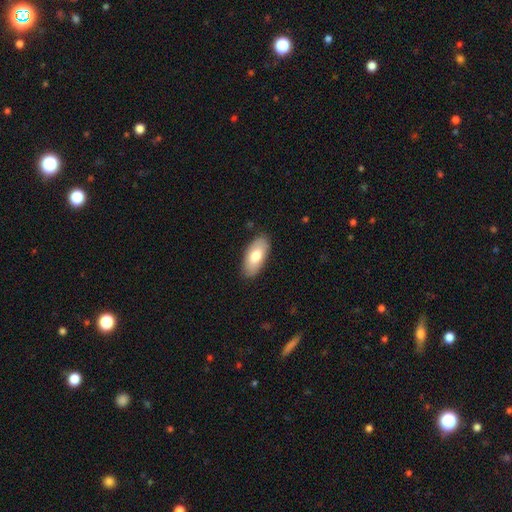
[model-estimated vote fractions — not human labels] Smooth or featured? Predicted: smooth (p=0.75). How rounded? Predicted: in between (p=0.91). Merging? Predicted: none (p=0.86).